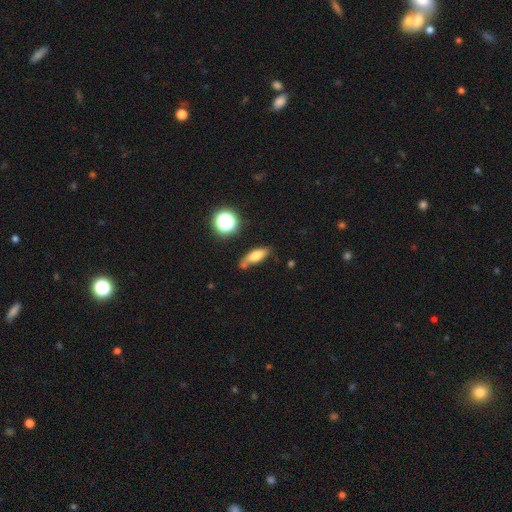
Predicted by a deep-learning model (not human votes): A smooth galaxy with no disk features (71%) that is in between round and cigar-shaped (61%). Merging: none (60%).